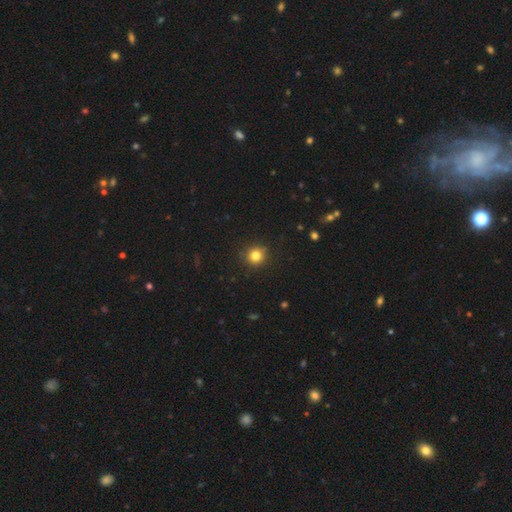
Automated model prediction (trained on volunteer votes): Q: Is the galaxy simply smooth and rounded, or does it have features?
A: smooth — 81%.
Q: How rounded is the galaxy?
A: round — 92%.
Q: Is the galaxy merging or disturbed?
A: none — 89%.